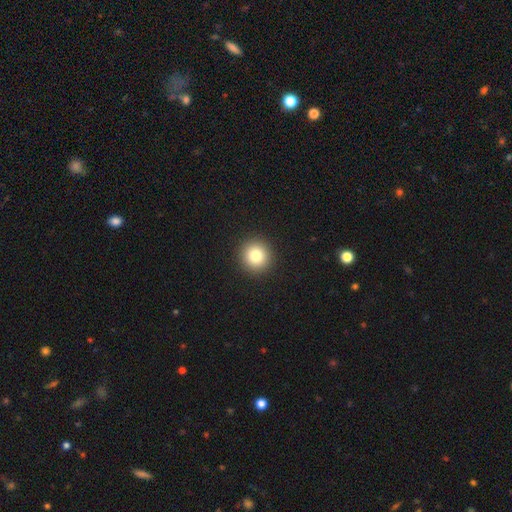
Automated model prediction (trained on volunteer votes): smooth-or-featured: smooth: 81% | star or artifact: 11% | featured or disk: 8%
  how-rounded: round: 94% | in between: 5% | cigar-shaped: 1%
  merging: none: 93% | minor disturbance: 4% | major disturbance: 2% | merger: 1%